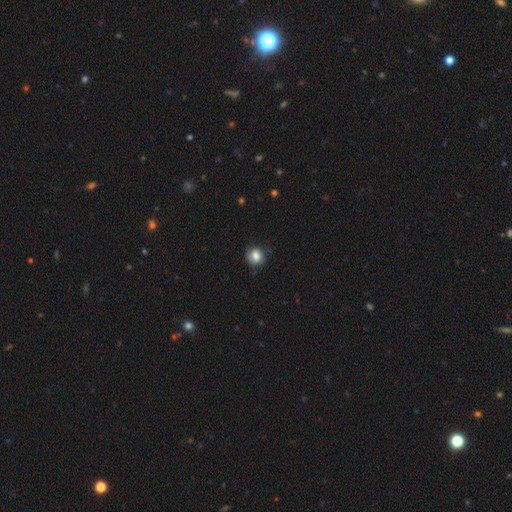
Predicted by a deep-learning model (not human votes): Morphology: type=smooth (74%); roundness=round (76%); merging=none (73%).